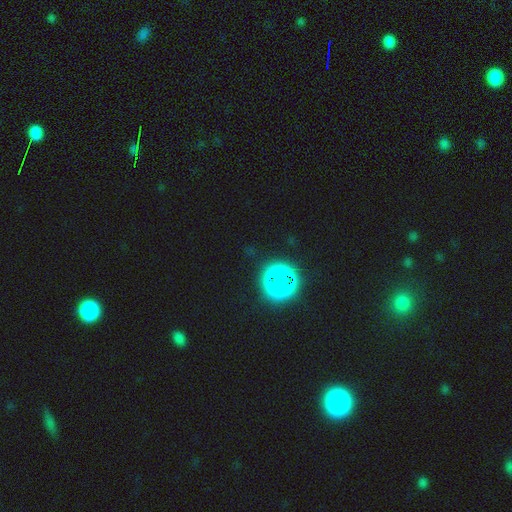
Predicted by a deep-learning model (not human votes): The model was most divided on "smooth or featured": star or artifact: 74%, smooth: 19%, featured or disk: 7%.